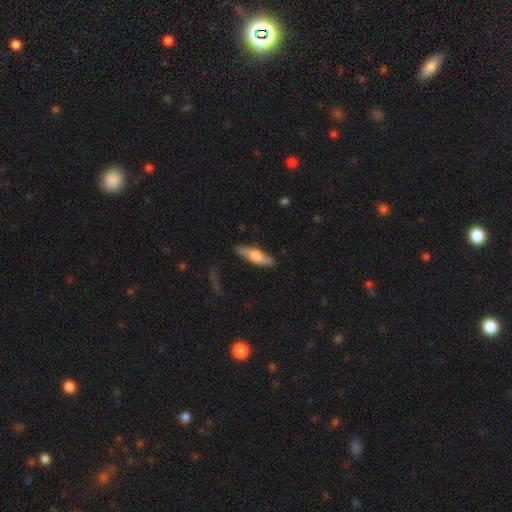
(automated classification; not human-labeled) This is likely a smooth galaxy (62%). How rounded: possibly cigar-shaped (59%). Merging: clearly none (82%).